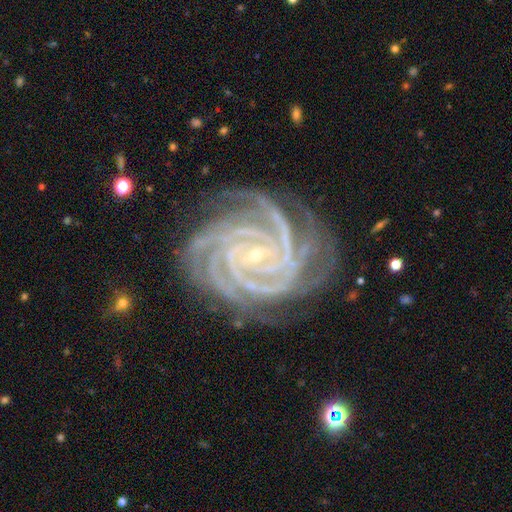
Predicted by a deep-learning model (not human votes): Q: Smooth or featured?
A: featured or disk (93%); runner-up: star or artifact (4%)
Q: Edge-on disk?
A: no (98%); runner-up: yes (2%)
Q: Bar?
A: no (50%); runner-up: weak (29%)
Q: Spiral arms?
A: yes (99%); runner-up: no (1%)
Q: Spiral winding?
A: tight (86%); runner-up: medium (13%)
Q: Spiral arm count?
A: 4 (40%); runner-up: more than 4 (20%)
Q: Bulge size?
A: small (86%); runner-up: moderate (10%)
Q: Merging?
A: none (78%); runner-up: minor disturbance (15%)